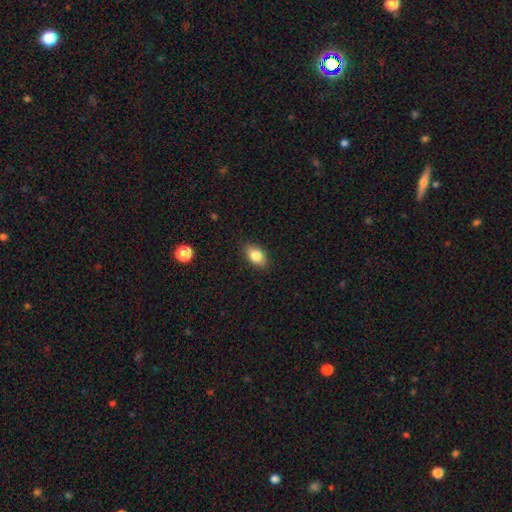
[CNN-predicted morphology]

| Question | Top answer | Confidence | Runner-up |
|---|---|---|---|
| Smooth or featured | smooth | 84% | star or artifact (8%) |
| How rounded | in between | 86% | round (12%) |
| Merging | none | 87% | minor disturbance (10%) |